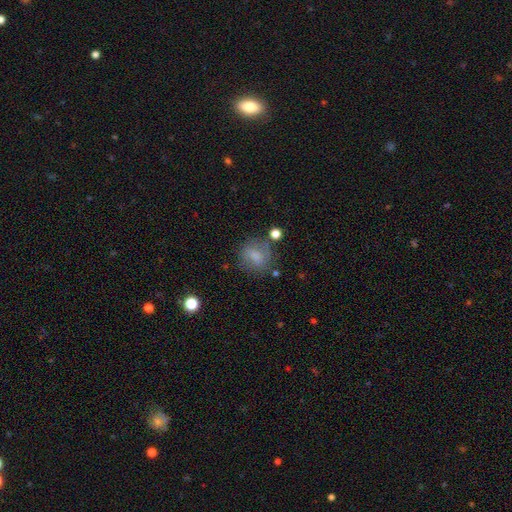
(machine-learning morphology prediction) Overall: smooth (70%). How rounded: round (65%; in between 34%). Merging: none (64%).